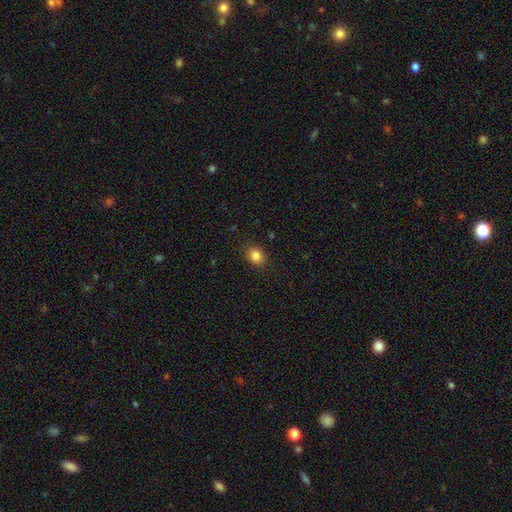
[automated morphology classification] smooth-or-featured: smooth: 84% | star or artifact: 11% | featured or disk: 5%
  how-rounded: round: 50% | in between: 49% | cigar-shaped: 1%
  merging: none: 88% | minor disturbance: 9% | major disturbance: 2% | merger: 1%